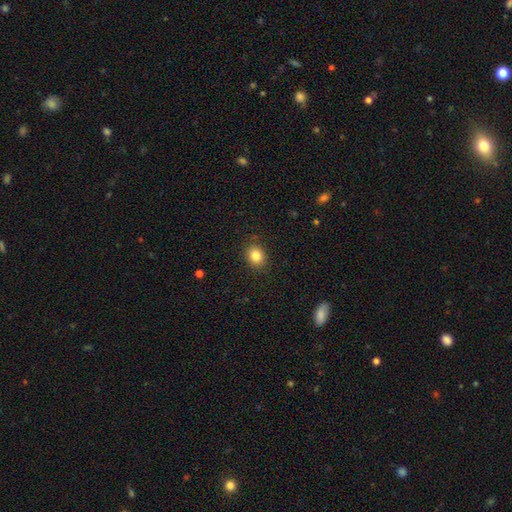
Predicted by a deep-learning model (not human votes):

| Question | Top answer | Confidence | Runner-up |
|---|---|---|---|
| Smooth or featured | smooth | 83% | star or artifact (11%) |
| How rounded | round | 65% | in between (34%) |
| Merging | none | 88% | minor disturbance (8%) |